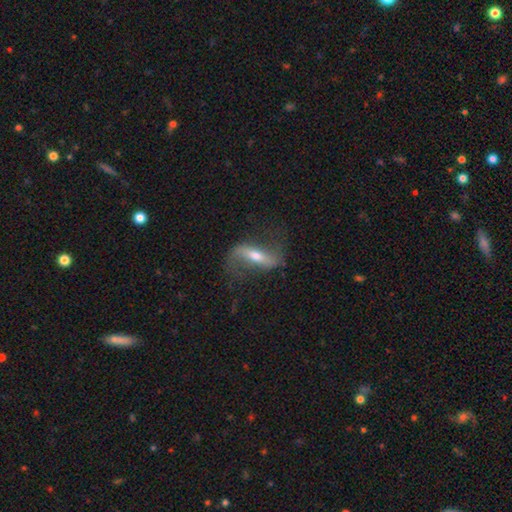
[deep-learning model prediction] Smooth or featured? featured or disk (80%)
Edge-on disk? no (84%)
Bar? strong (48%)
Spiral arms? yes (91%)
Spiral winding? loose (73%)
Spiral arm count? 2 (90%)
Bulge size? moderate (55%)
Merging? none (71%)